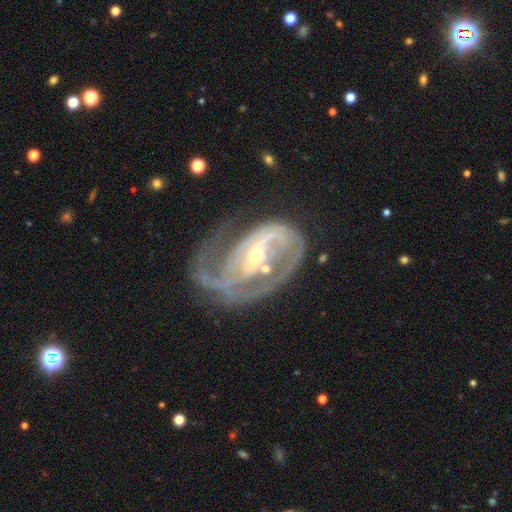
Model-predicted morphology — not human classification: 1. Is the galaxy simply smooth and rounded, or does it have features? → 88% featured or disk, 7% smooth, 6% star or artifact.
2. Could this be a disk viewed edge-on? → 97% no, 3% yes.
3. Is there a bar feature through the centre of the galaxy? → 40% weak (tied), 40% strong (tied), 20% no.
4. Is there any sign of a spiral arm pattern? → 92% yes, 8% no.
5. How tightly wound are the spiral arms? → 42% tight, 40% medium, 17% loose.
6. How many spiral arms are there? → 47% 2, 20% 1, 18% can't tell, 10% 3, 3% 4, 3% more than 4.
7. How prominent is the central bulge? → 55% small, 40% moderate, 3% large, 2% none, 1% dominant.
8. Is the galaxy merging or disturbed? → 42% none, 32% major disturbance, 23% minor disturbance, 3% merger.